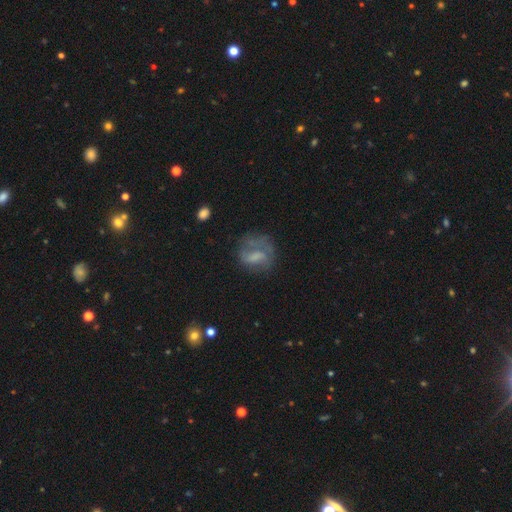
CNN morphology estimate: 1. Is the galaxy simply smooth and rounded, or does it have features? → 46% featured or disk, 43% smooth, 11% star or artifact.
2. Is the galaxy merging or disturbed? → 45% none, 28% major disturbance, 24% minor disturbance, 3% merger.